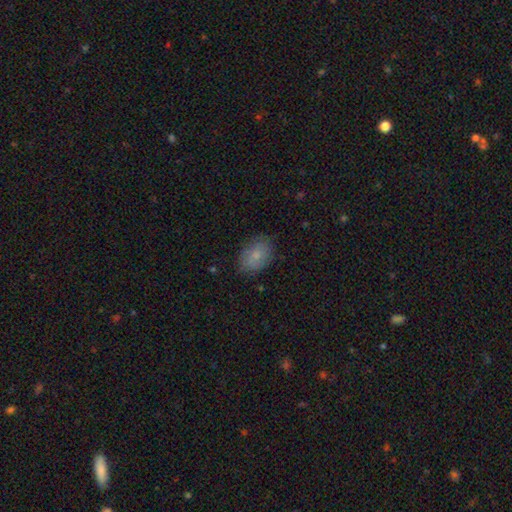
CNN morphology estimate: smooth_or_featured: smooth (p=0.78) [alt: featured or disk p=0.14]
how_rounded: in between (p=0.80) [alt: round p=0.18]
merging: none (p=0.77) [alt: minor disturbance p=0.17]